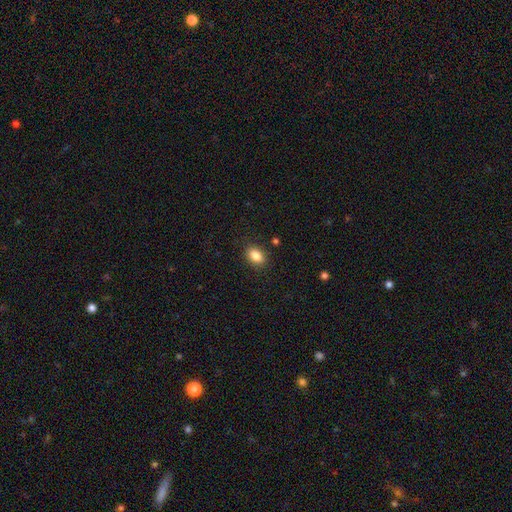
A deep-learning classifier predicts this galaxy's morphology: The model was most divided on "how rounded": in between: 80%, round: 19%, cigar-shaped: 1%. More confident: merging — none (87%); smooth or featured — smooth (86%).